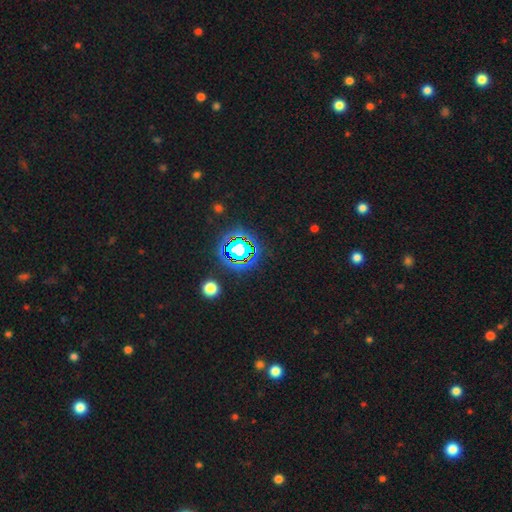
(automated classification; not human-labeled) star or artifact 80%, smooth 13%, featured or disk 7%.